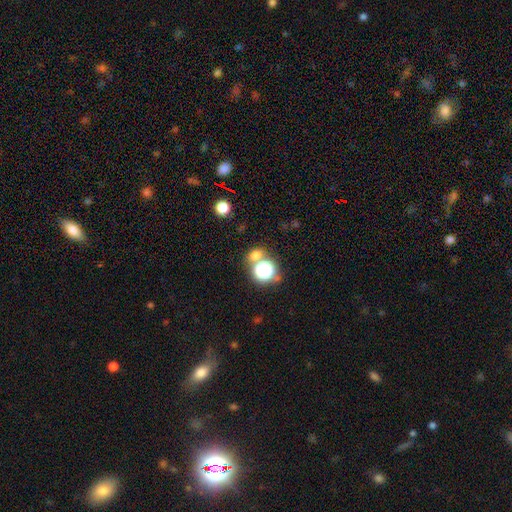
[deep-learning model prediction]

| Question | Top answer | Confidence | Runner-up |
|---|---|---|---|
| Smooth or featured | smooth | 64% | star or artifact (27%) |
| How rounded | round | 61% | in between (37%) |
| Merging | none | 64% | merger (23%) |